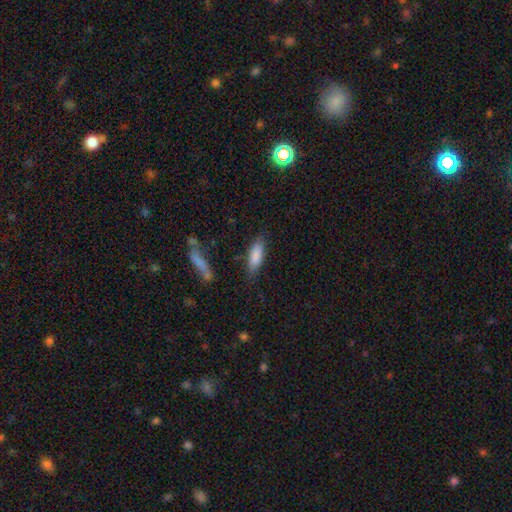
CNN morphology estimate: The model was most divided on "how rounded": in between: 57%, cigar-shaped: 42%, round: 2%. More confident: smooth or featured — smooth (84%); merging — none (75%).